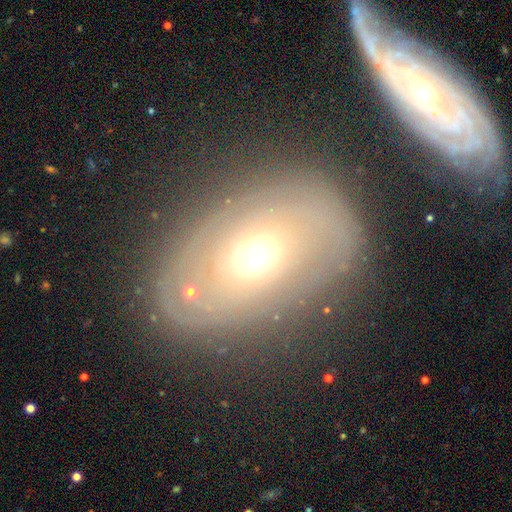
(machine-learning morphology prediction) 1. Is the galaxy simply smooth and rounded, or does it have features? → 54% featured or disk, 35% smooth, 11% star or artifact.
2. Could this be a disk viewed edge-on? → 91% no, 9% yes.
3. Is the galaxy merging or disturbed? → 71% none, 15% minor disturbance, 9% major disturbance, 5% merger.